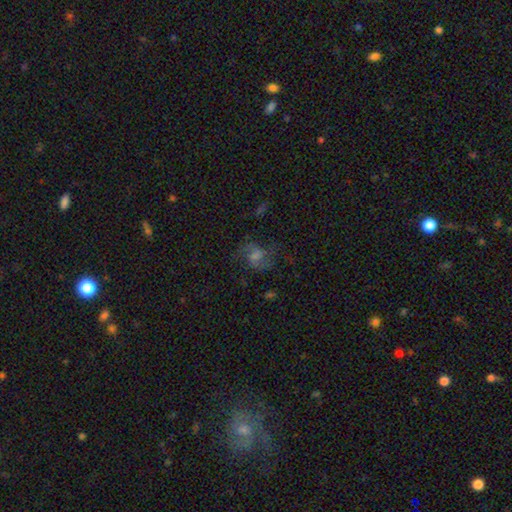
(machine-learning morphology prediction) A featured or disk galaxy (56%) with a weak bar (46%), spiral arms (87%) and a moderate central bulge (37%).

Vote fractions:
- Smooth or featured? featured or disk: 56% / smooth: 26% / star or artifact: 18%
- Edge-on disk? no: 97% / yes: 3%
- Bar? weak: 46% / no: 42% / strong: 12%
- Spiral arms? yes: 87% / no: 13%
- Bulge size? moderate: 37% / small: 34% / none: 17% / large: 10% / dominant: 2%
- Merging? none: 65% / minor disturbance: 17% / major disturbance: 16% / merger: 2%